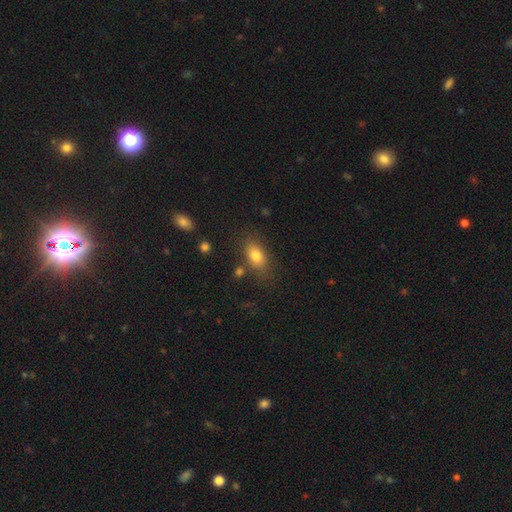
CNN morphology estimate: Smooth or featured? Predicted: smooth (p=0.80). How rounded? Predicted: in between (p=0.84). Merging? Predicted: none (p=0.71).